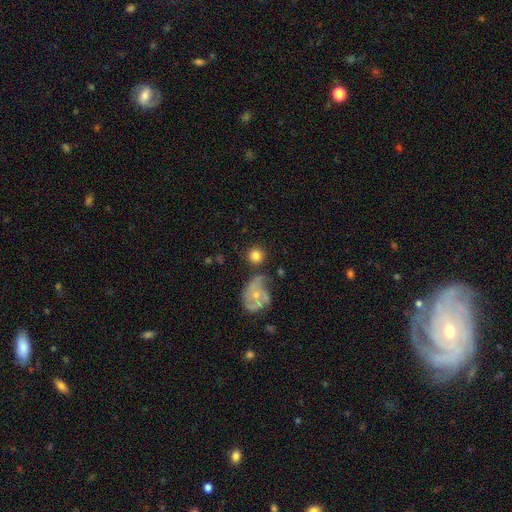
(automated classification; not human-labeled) smooth-or-featured: smooth: 78% | featured or disk: 14% | star or artifact: 8%
  how-rounded: round: 90% | in between: 9% | cigar-shaped: 1%
  merging: none: 72% | minor disturbance: 12% | merger: 10% | major disturbance: 6%